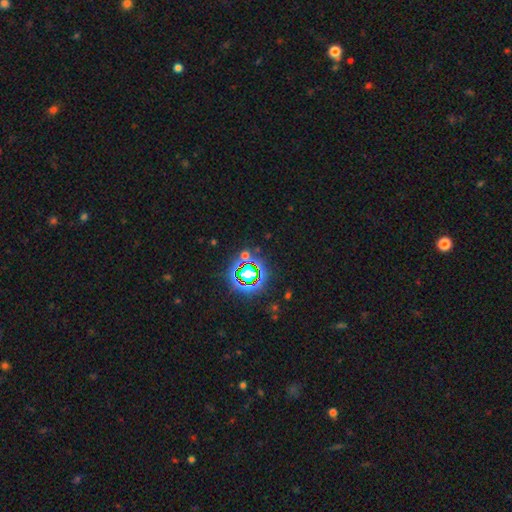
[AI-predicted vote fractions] star or artifact 76%, smooth 15%, featured or disk 9%.